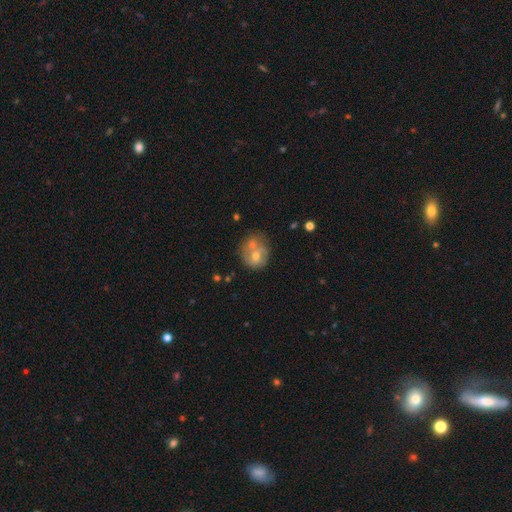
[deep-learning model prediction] Smooth or featured: smooth — 45% (tied with featured or disk — 45%)
Merging: merger — 39% (none — 38%)